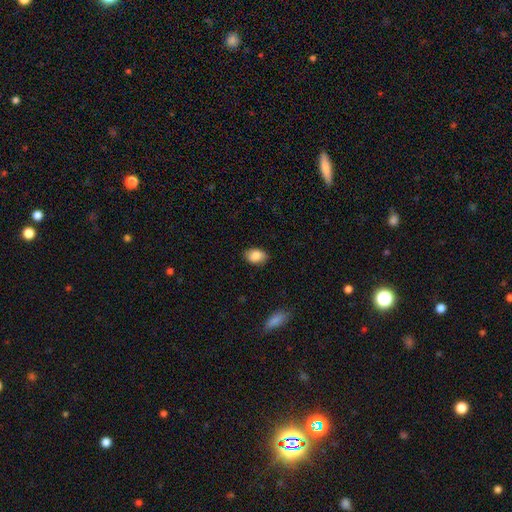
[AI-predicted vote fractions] smooth 87%, star or artifact 7%, featured or disk 5%. Down the decision tree: how rounded — in between (83%); merging — none (85%).